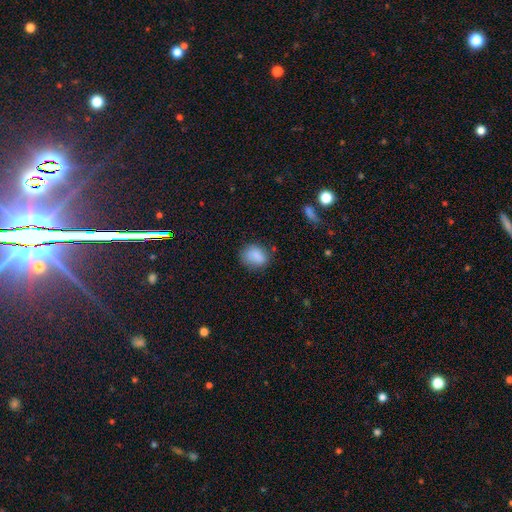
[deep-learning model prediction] A smooth galaxy with no disk features (85%) that is in between round and cigar-shaped (49%, tied with round).

Vote fractions:
- Smooth or featured? smooth: 85% / star or artifact: 9% / featured or disk: 7%
- How rounded? in between: 49% (tied) / round: 49% (tied) / cigar-shaped: 1%
- Merging? none: 69% / minor disturbance: 22% / major disturbance: 6% / merger: 3%